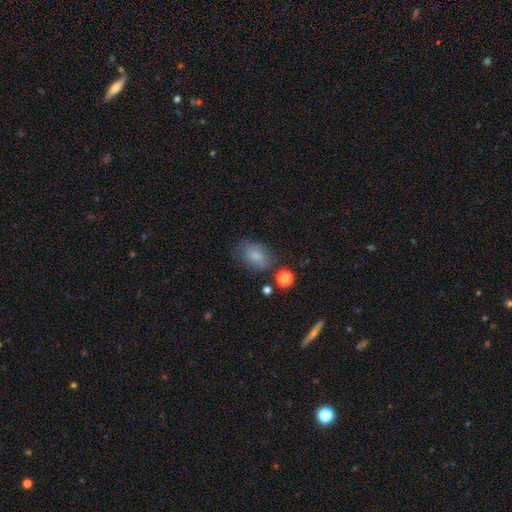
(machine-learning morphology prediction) smooth_or_featured: smooth (p=0.78) [alt: featured or disk p=0.12]
how_rounded: in between (p=0.80) [alt: round p=0.18]
merging: none (p=0.64) [alt: minor disturbance p=0.23]